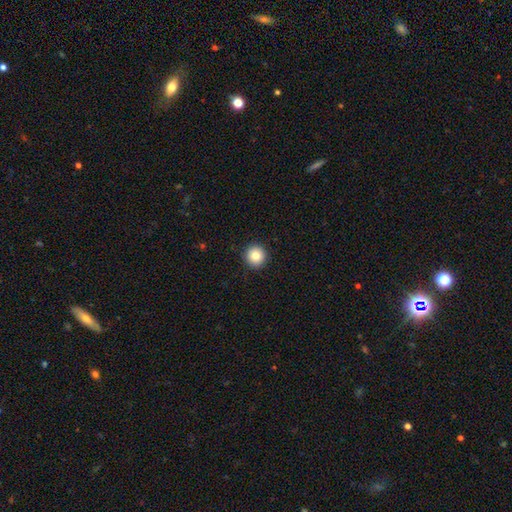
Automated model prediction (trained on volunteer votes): A smooth galaxy with no disk features (83%) that is round (95%). Merging: none (93%).